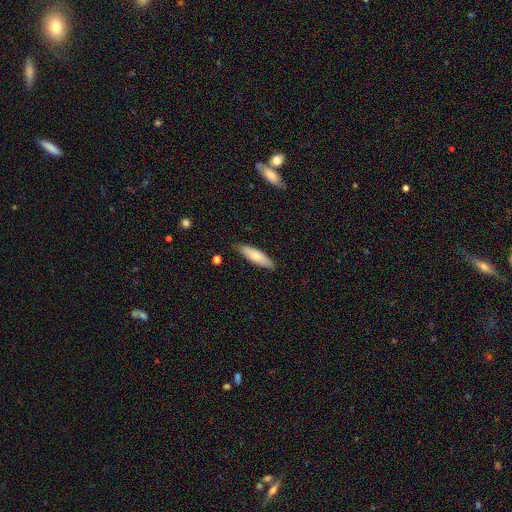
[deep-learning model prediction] smooth-or-featured: smooth: 74% | featured or disk: 20% | star or artifact: 6%
  how-rounded: cigar-shaped: 58% | in between: 40% | round: 2%
  merging: none: 83% | minor disturbance: 13% | major disturbance: 2% | merger: 1%